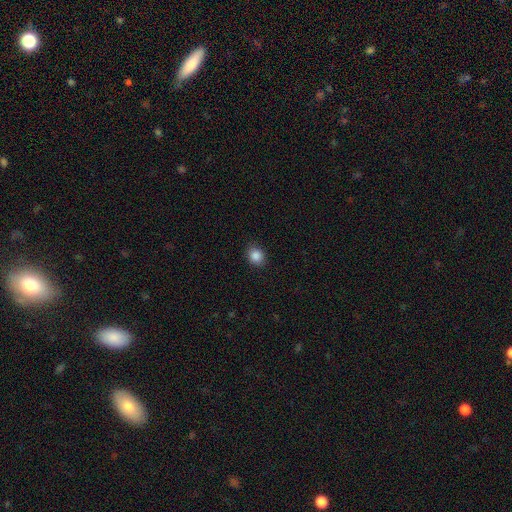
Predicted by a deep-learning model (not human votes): Q: Smooth or featured?
A: smooth (87%); runner-up: star or artifact (10%)
Q: How rounded?
A: round (68%); runner-up: in between (31%)
Q: Merging?
A: none (88%); runner-up: minor disturbance (9%)